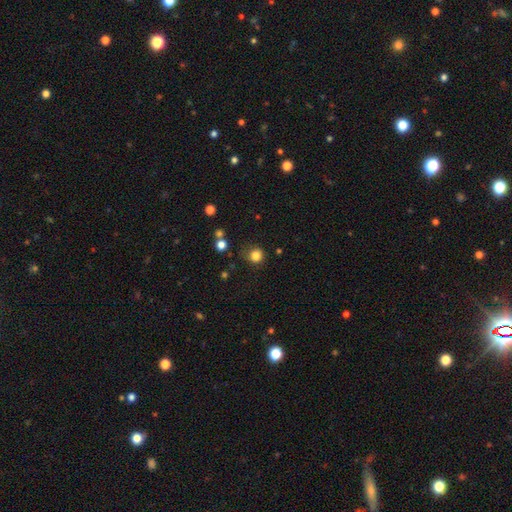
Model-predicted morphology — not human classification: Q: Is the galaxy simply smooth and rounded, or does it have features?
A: smooth — 83%.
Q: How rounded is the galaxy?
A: round — 89%.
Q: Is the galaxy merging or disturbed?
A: none — 76%.